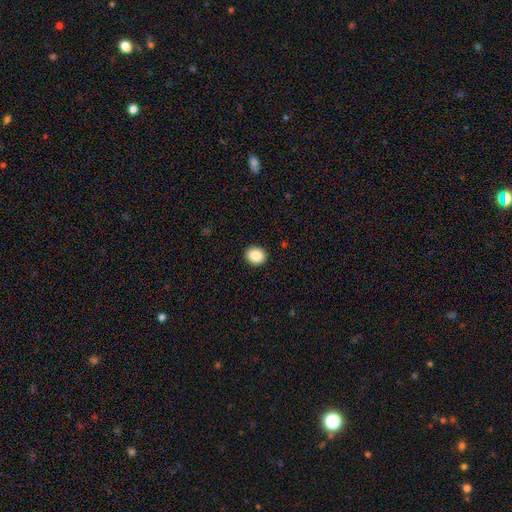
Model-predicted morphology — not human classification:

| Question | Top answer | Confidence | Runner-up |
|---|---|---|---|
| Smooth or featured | smooth | 88% | star or artifact (8%) |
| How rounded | round | 63% | in between (36%) |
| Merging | none | 92% | minor disturbance (6%) |